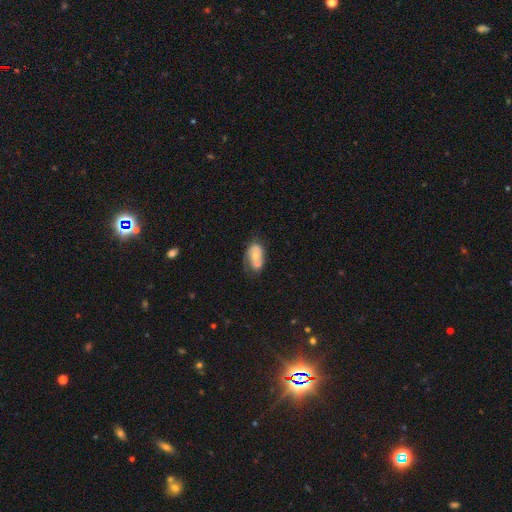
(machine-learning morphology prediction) This appears to be a smooth galaxy with no disk features (49%). Merging: merger (37%).